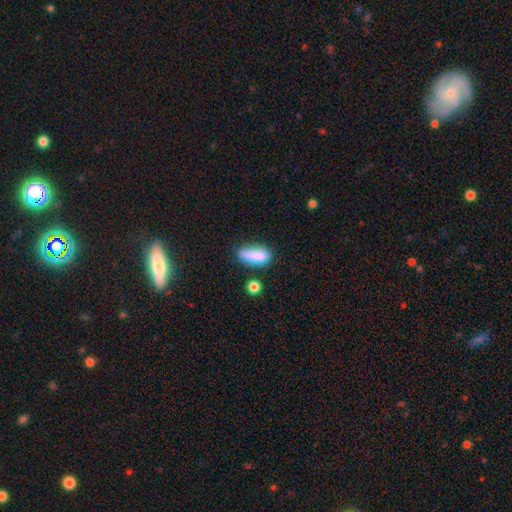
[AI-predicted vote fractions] This is clearly a smooth galaxy (84%). How rounded: likely in between (70%). Merging: possibly none (59%).